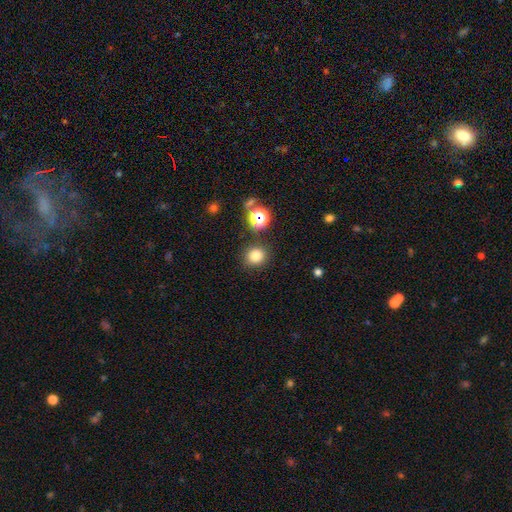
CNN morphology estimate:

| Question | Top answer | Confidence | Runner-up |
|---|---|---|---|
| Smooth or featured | smooth | 78% | star or artifact (16%) |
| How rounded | round | 85% | in between (14%) |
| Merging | none | 85% | minor disturbance (8%) |